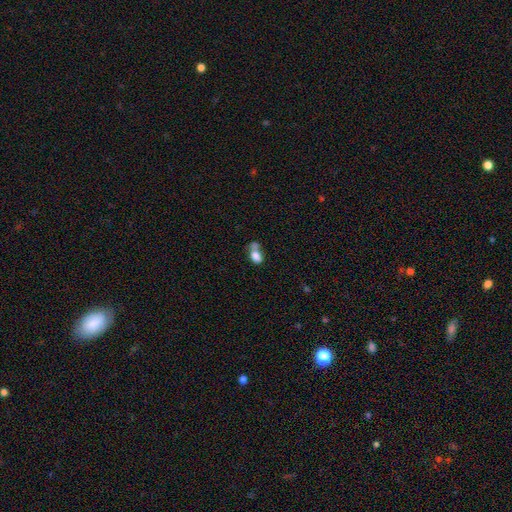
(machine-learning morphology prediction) type=smooth (78%); roundness=in between (78%); merging=merger (48%).